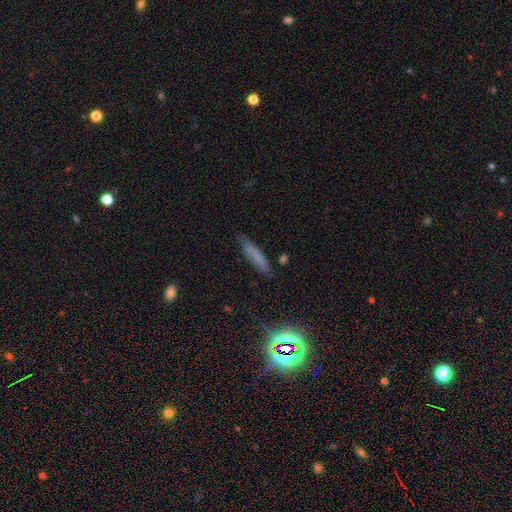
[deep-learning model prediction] Q: Smooth or featured?
A: smooth (62%); runner-up: featured or disk (20%)
Q: How rounded?
A: cigar-shaped (82%); runner-up: in between (16%)
Q: Merging?
A: none (73%); runner-up: minor disturbance (19%)